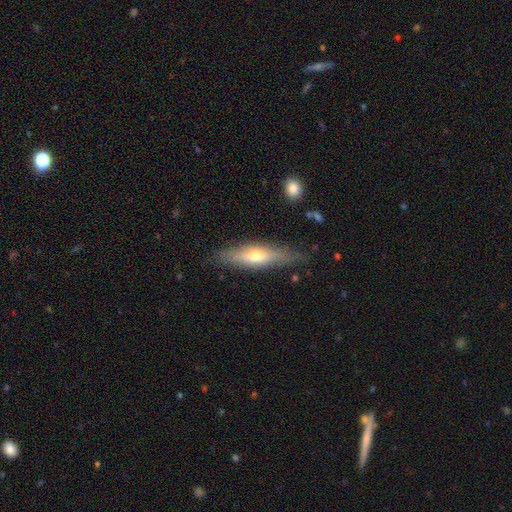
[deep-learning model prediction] Overall: smooth (49%; featured or disk 45%). Merging: none (78%).